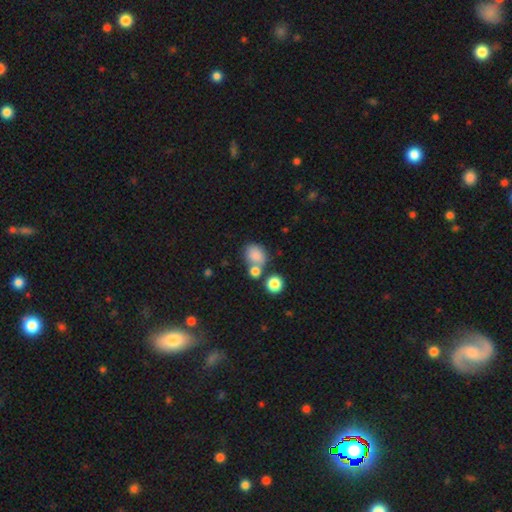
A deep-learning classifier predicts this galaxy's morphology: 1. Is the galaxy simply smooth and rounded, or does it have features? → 82% smooth, 11% star or artifact, 8% featured or disk.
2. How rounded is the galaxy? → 52% in between, 46% round, 1% cigar-shaped.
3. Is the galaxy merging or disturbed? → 50% none, 31% merger, 13% minor disturbance, 5% major disturbance.